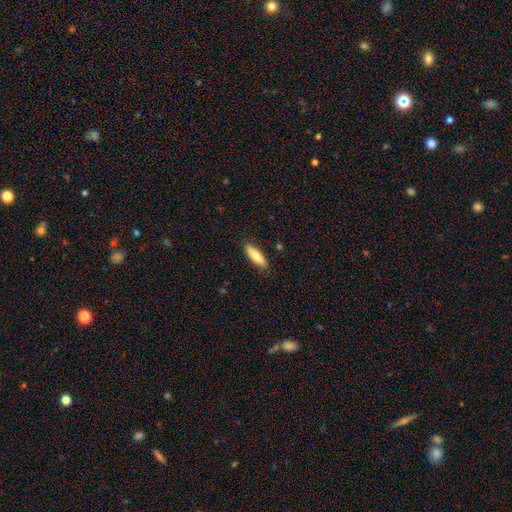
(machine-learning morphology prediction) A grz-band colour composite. It shows a smooth galaxy with no disk features (74%) that is in between round and cigar-shaped (53%). Merging: none (88%).